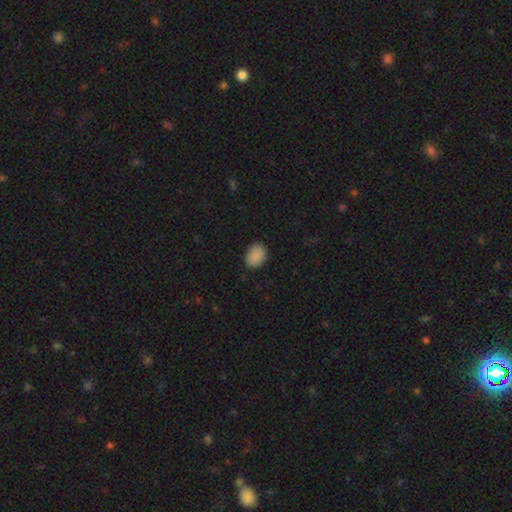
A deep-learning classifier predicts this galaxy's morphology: smooth 89%, star or artifact 8%, featured or disk 3%. Down the decision tree: how rounded — in between (69%); merging — none (87%).